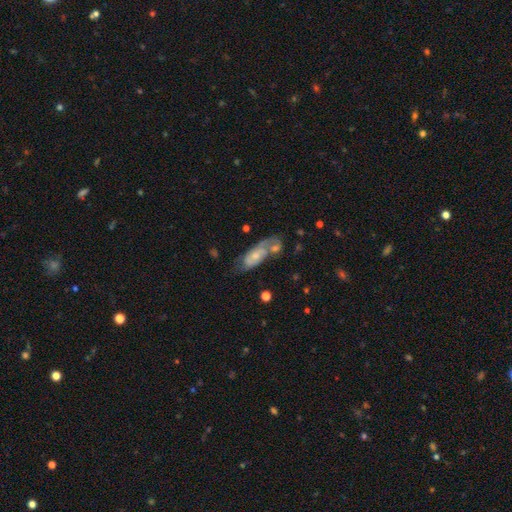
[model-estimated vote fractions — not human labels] This is possibly a featured or disk galaxy (55%). It is clearly not viewed edge-on (87%). Merging: marginally none (36%).